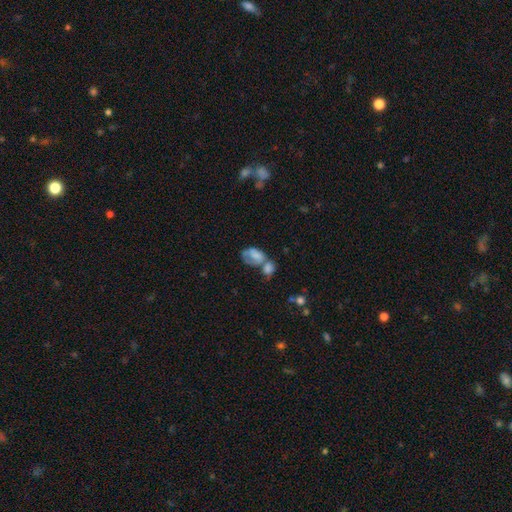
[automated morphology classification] The model was most divided on "smooth or featured": smooth: 62%, featured or disk: 28%, star or artifact: 9%. More confident: how rounded — in between (85%); merging — merger (57%).